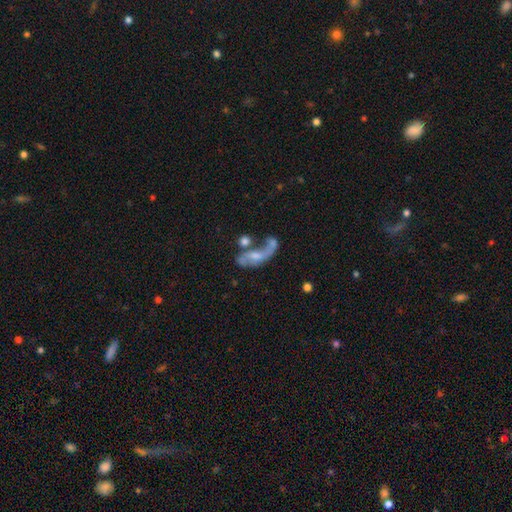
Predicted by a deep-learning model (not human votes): Smooth or featured?
  - featured or disk: 65% *
  - smooth: 26%
  - star or artifact: 10%
Edge-on disk?
  - no: 92% *
  - yes: 8%
Bar?
  - no: 55% *
  - weak: 34%
  - strong: 11%
Spiral arms?
  - yes: 73% *
  - no: 27%
Bulge size?
  - small: 42% *
  - moderate: 32%
  - none: 20%
  - large: 5%
  - dominant: 2%
Merging?
  - merger: 37% *
  - major disturbance: 30%
  - none: 21%
  - minor disturbance: 12%